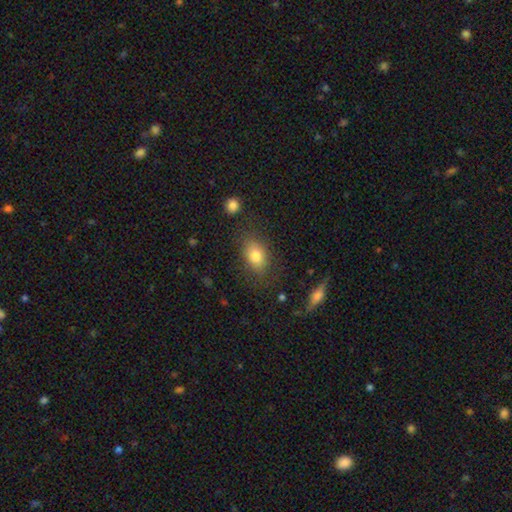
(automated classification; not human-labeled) This appears to be a smooth galaxy with no disk features (80%) that is in between round and cigar-shaped (81%). Merging: none (75%).